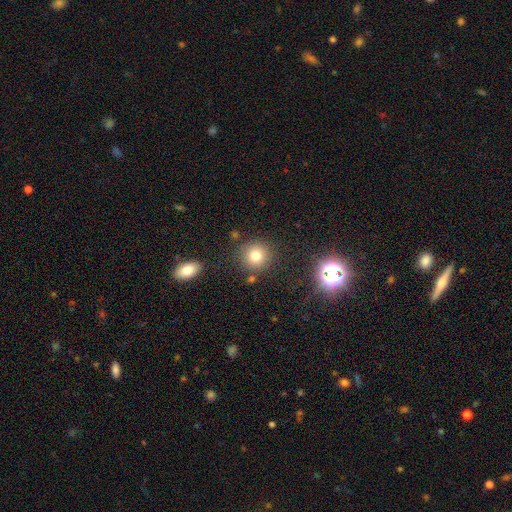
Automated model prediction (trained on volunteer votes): Morphology: type=smooth (77%); roundness=round (92%); merging=none (84%).